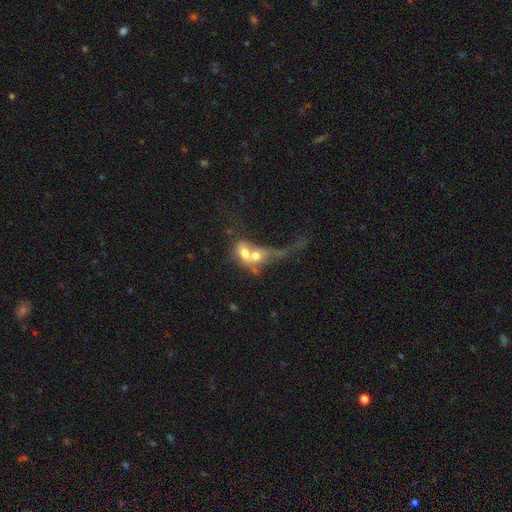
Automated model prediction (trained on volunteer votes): smooth_or_featured: smooth (p=0.53) [alt: featured or disk p=0.36]
how_rounded: in between (p=0.60) [alt: round p=0.35]
merging: merger (p=0.75) [alt: major disturbance p=0.12]